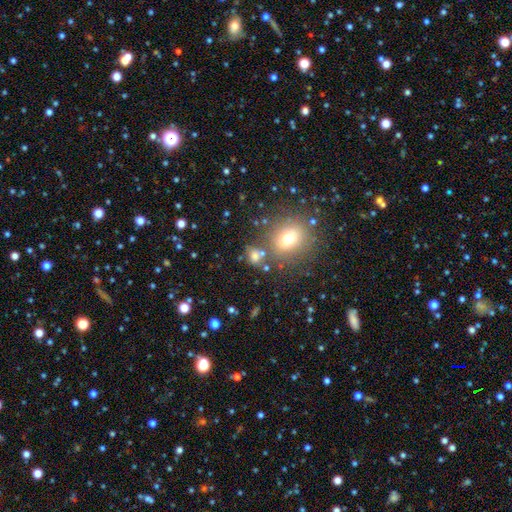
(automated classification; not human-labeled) This is likely a smooth galaxy (64%). How rounded: possibly round (56%). Merging: likely none (61%).